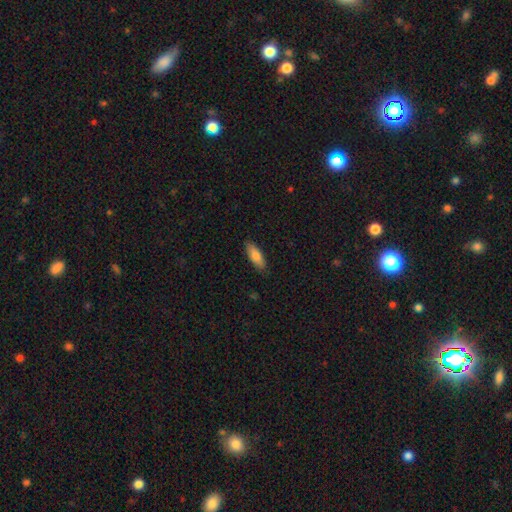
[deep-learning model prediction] The model was most divided on "how rounded": in between: 65%, cigar-shaped: 33%, round: 2%. More confident: merging — none (87%); smooth or featured — smooth (81%).